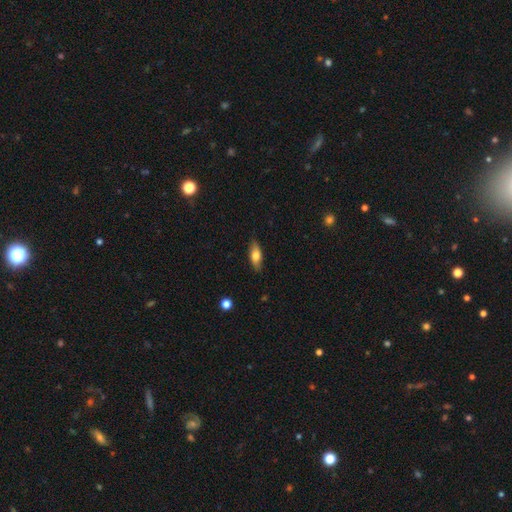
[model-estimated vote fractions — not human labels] A smooth galaxy with no disk features (70%) that is in between round and cigar-shaped (74%). Merging: none (85%).